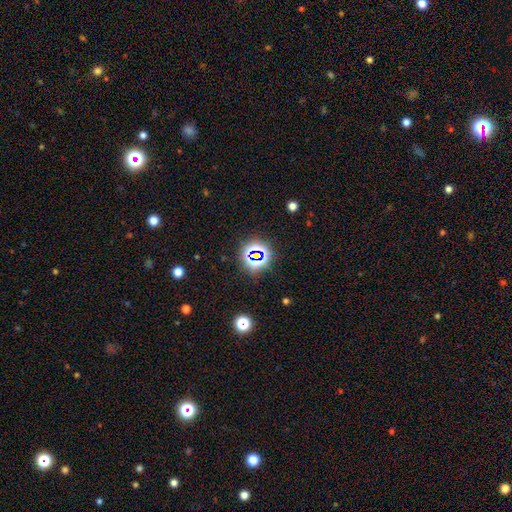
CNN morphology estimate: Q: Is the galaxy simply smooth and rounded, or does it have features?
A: star or artifact — 70%.